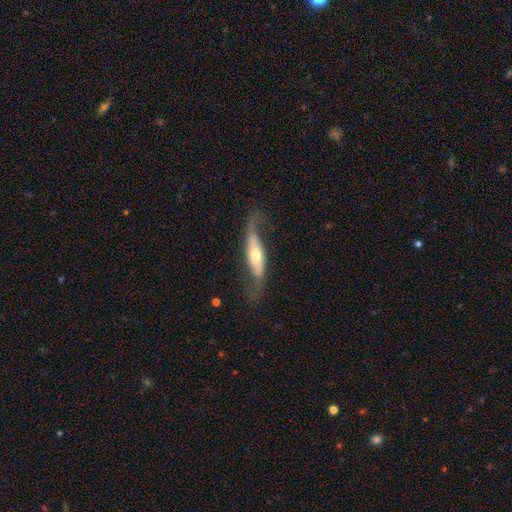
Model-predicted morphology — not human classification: A featured or disk galaxy (66%). Merging: none (50%).